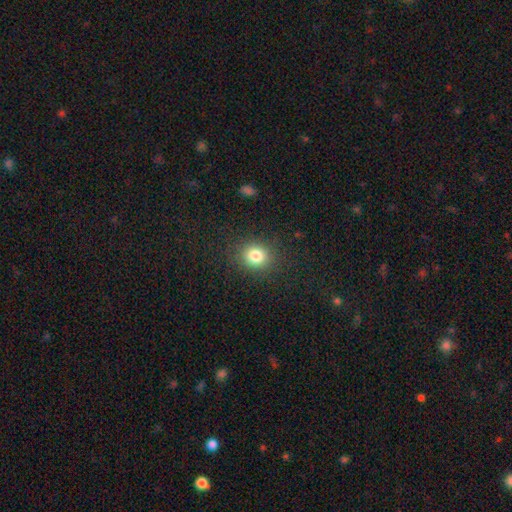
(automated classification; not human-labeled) This appears to be a smooth galaxy with no disk features (81%) that is round (75%). Merging: none (88%).